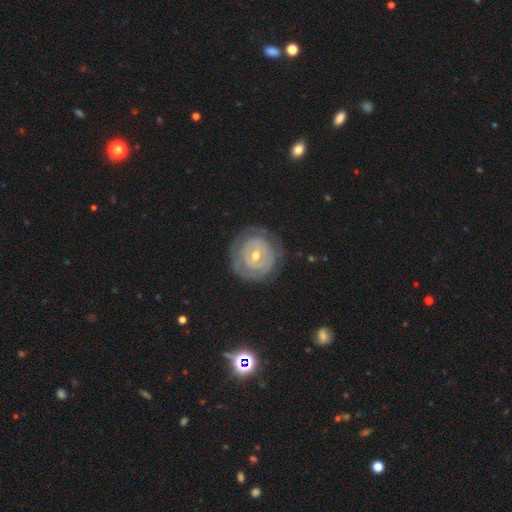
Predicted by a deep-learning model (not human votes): This is likely a featured or disk galaxy (74%). It is clearly not viewed edge-on (97%). Bar: likely no (62%). Spiral arm pattern: likely yes (61%). Central bulge: possibly small (49%). Merging: likely none (76%).